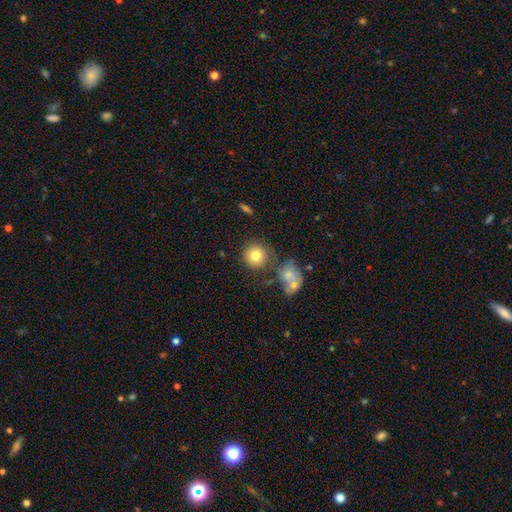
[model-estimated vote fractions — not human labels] smooth_or_featured: smooth (p=0.80) [alt: star or artifact p=0.10]
how_rounded: round (p=0.92) [alt: in between p=0.07]
merging: none (p=0.77) [alt: minor disturbance p=0.10]